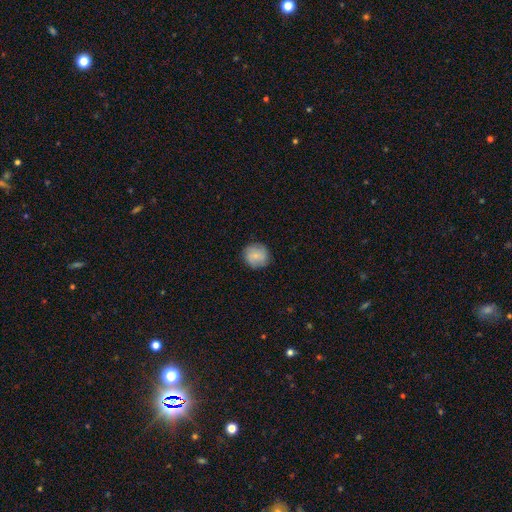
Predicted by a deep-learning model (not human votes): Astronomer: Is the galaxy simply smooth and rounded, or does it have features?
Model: smooth — 78%.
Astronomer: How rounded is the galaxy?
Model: round — 90%.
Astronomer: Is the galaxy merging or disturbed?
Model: none — 85%.